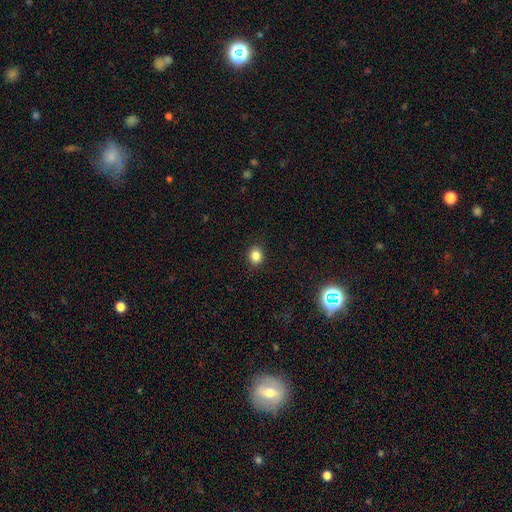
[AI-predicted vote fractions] Q: Smooth or featured?
A: smooth (84%); runner-up: star or artifact (11%)
Q: How rounded?
A: round (66%); runner-up: in between (33%)
Q: Merging?
A: none (90%); runner-up: minor disturbance (7%)